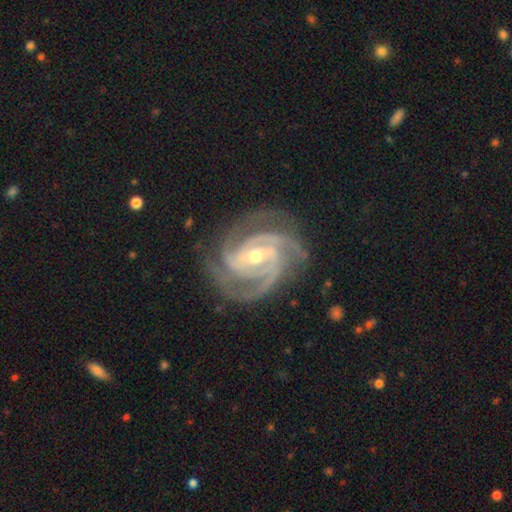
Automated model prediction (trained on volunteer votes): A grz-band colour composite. It shows a featured or disk galaxy (94%) with a weak bar (43%), 3 (55%) tight (64%) spiral arms (99%) and a small central bulge (52%). Merging: none (80%).